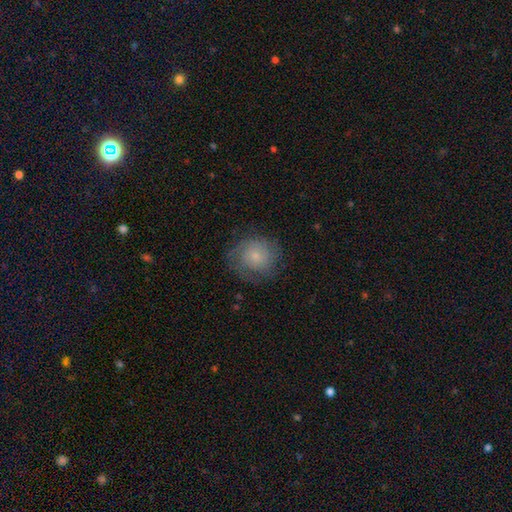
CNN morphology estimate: This is possibly a smooth galaxy (58%). How rounded: clearly round (85%). Merging: likely none (72%).